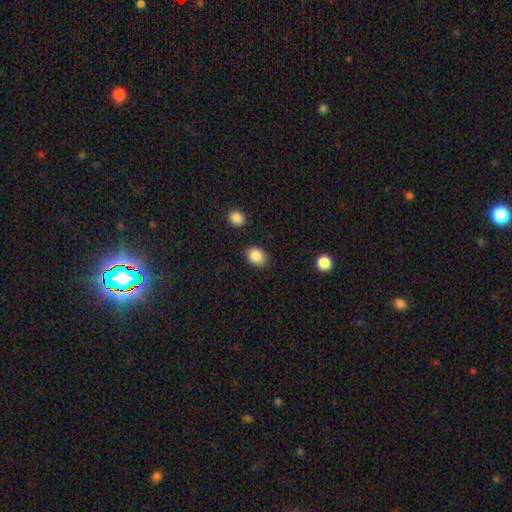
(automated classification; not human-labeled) A smooth galaxy with no disk features (87%) that is in between round and cigar-shaped (57%). Merging: none (85%).